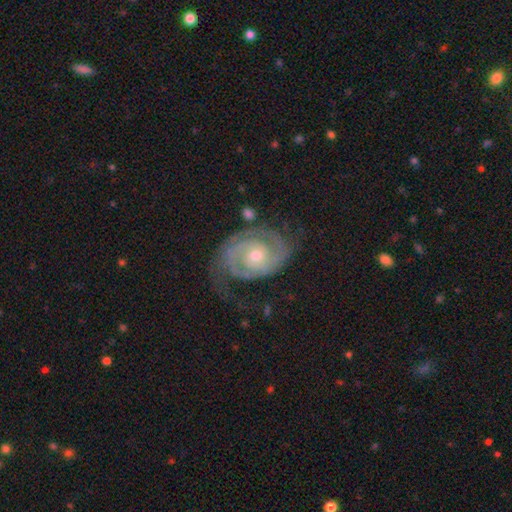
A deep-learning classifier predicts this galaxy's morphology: Overall: featured or disk (90%). Edge-on disk: no (97%). Bar: no (71%). Spiral arms: yes (97%). Spiral arm count: 2 (79%). Spiral winding: tight (65%; medium 28%). Bulge size: moderate (60%; small 36%). Merging: none (66%).